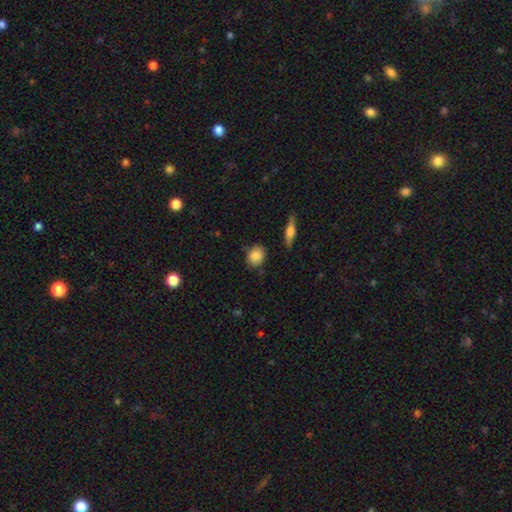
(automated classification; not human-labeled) Morphology: type=smooth (85%); roundness=round (68%); merging=none (79%).